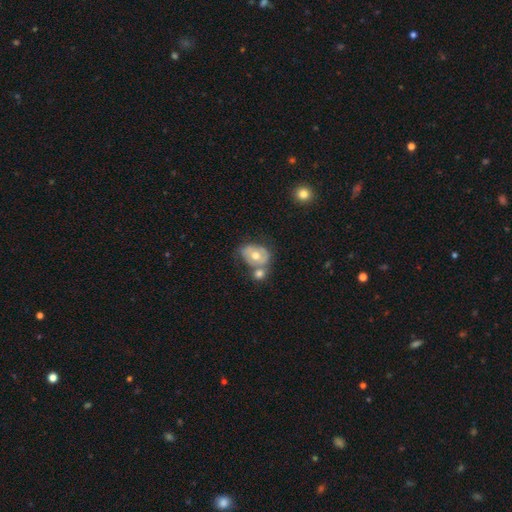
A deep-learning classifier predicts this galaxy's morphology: Overall: smooth (47%; featured or disk 45%). Merging: merger (41%; none 34%).